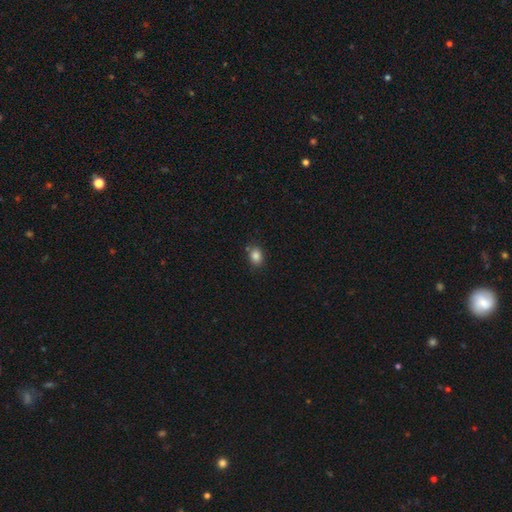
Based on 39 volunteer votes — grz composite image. It shows a smooth galaxy with no disk features (95%) that is in between round and cigar-shaped (76%). Merging: none (62%).